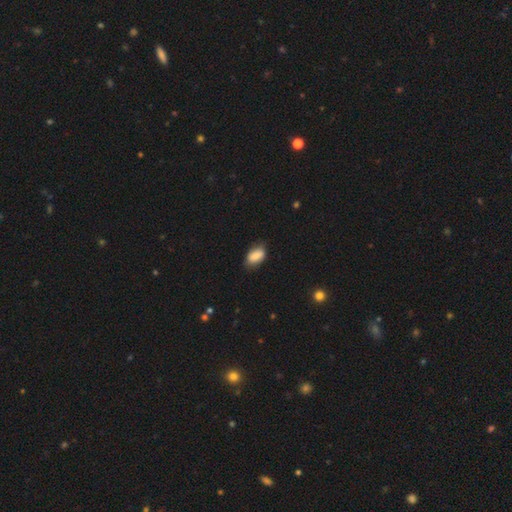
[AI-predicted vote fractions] Morphology: type=smooth (82%); roundness=in between (91%); merging=none (70%).